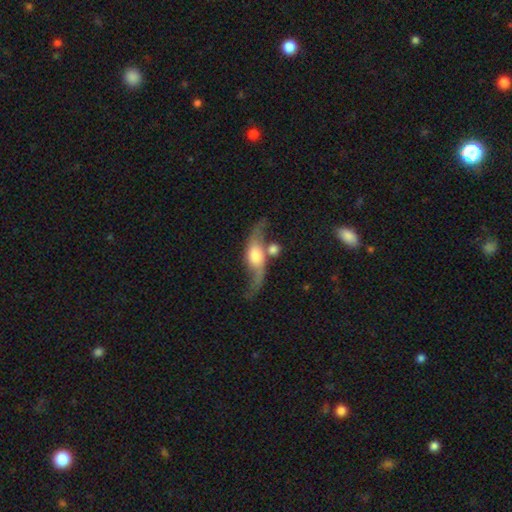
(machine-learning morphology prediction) featured or disk 76%, smooth 17%, star or artifact 6%. Down the decision tree: edge-on disk — no (81%); bar — no (61%); spiral arms — yes (91%); spiral arm count — 2 (92%); spiral winding — loose (88%); bulge size — moderate (41%); merging — none (43%).